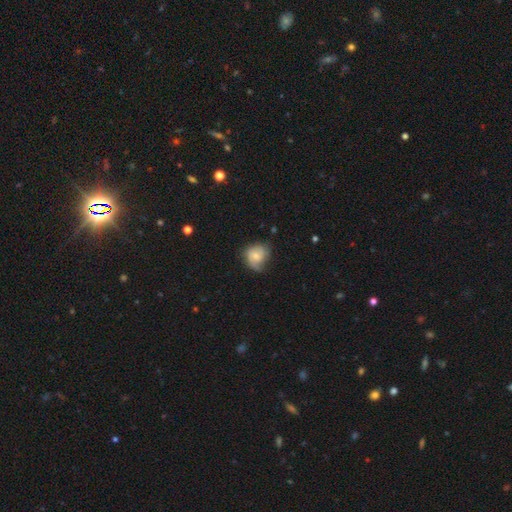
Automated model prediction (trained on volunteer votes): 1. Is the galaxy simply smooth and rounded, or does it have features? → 53% smooth, 39% featured or disk, 8% star or artifact.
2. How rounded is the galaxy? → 63% round, 36% in between, 1% cigar-shaped.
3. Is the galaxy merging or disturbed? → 49% none, 35% minor disturbance, 14% major disturbance, 2% merger.